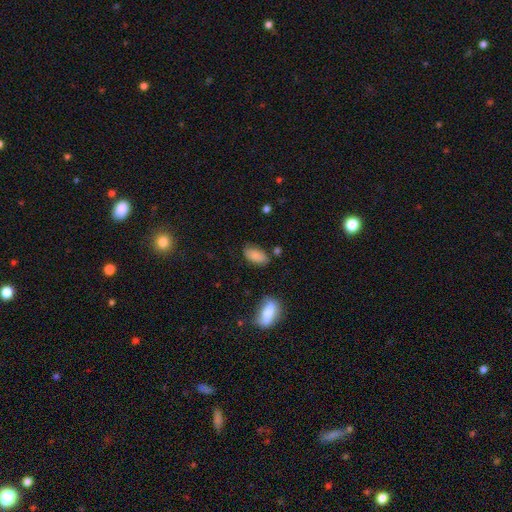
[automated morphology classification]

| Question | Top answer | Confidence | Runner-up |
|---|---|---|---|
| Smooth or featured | smooth | 83% | featured or disk (9%) |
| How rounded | in between | 92% | cigar-shaped (4%) |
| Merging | none | 72% | minor disturbance (19%) |